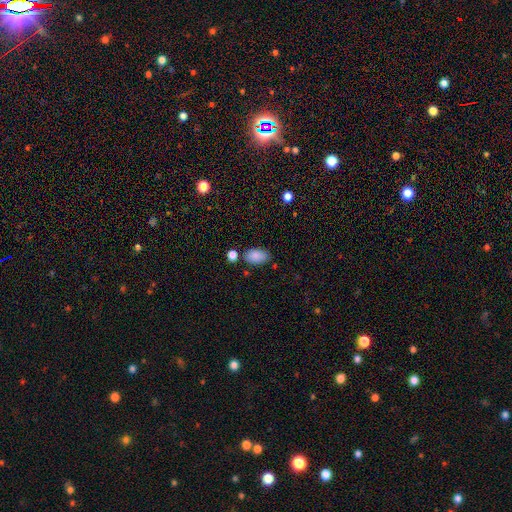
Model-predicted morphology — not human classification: Overall: smooth (86%). How rounded: in between (93%). Merging: none (73%).